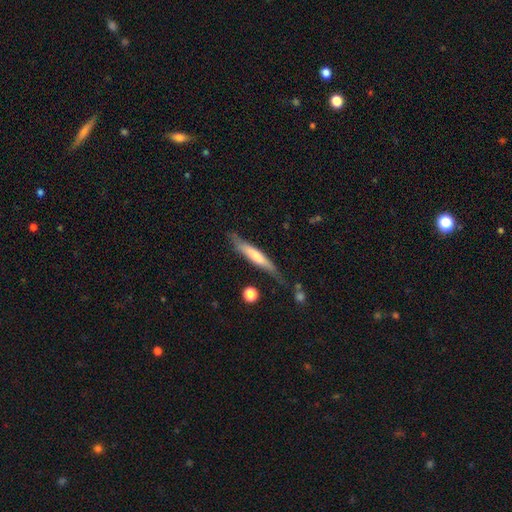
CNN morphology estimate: Smooth or featured?
  - smooth: 56% *
  - featured or disk: 39%
  - star or artifact: 5%
How rounded?
  - cigar-shaped: 91% *
  - in between: 8%
  - round: 1%
Merging?
  - none: 68% *
  - minor disturbance: 23%
  - major disturbance: 6%
  - merger: 3%